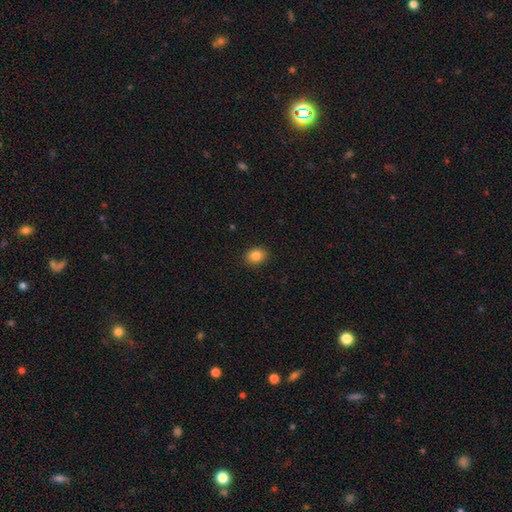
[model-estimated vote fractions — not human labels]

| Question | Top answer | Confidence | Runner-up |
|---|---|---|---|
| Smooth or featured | smooth | 84% | star or artifact (10%) |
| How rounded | round | 53% | in between (46%) |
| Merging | none | 90% | minor disturbance (7%) |